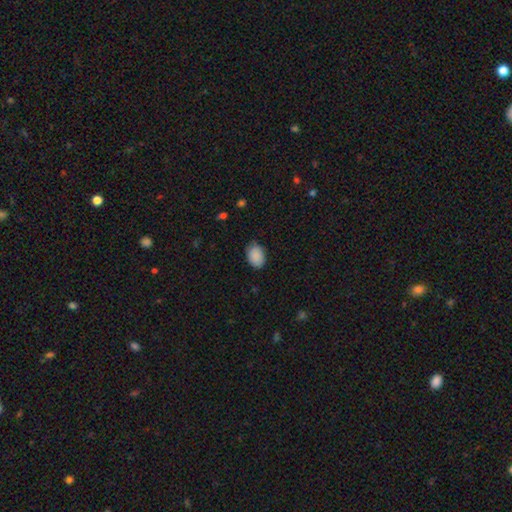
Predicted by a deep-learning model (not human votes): Smooth or featured?
  - smooth: 89% *
  - star or artifact: 7%
  - featured or disk: 4%
How rounded?
  - in between: 81% *
  - round: 18%
  - cigar-shaped: 1%
Merging?
  - none: 78% *
  - minor disturbance: 18%
  - major disturbance: 3%
  - merger: 1%